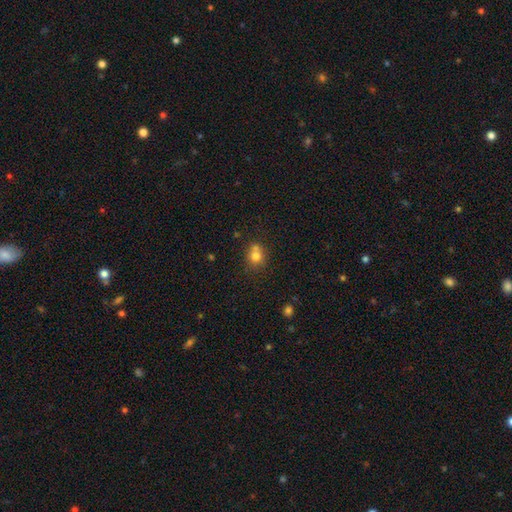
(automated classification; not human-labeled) Smooth or featured? smooth (76%)
How rounded? round (78%)
Merging? none (50%)